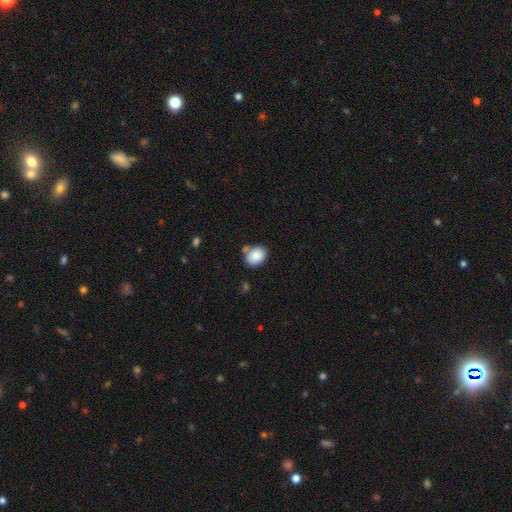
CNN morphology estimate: Smooth or featured? smooth (87%)
How rounded? in between (68%)
Merging? none (66%)